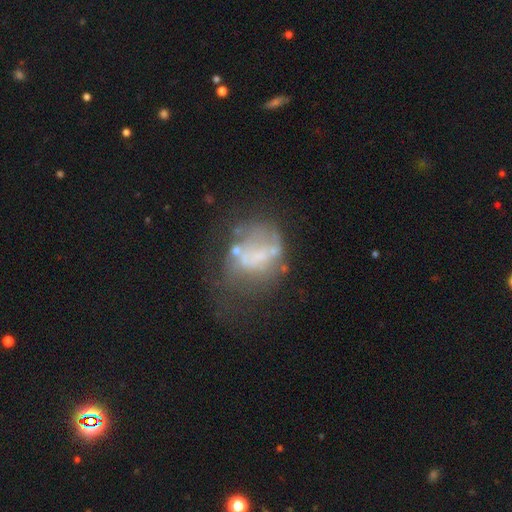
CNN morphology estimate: A featured or disk galaxy (56%) with no bar (78%), no spiral arms (87%) and no central bulge (63%).

Vote fractions:
- Smooth or featured? featured or disk: 56% / smooth: 30% / star or artifact: 15%
- Edge-on disk? no: 98% / yes: 2%
- Bar? no: 78% / weak: 15% / strong: 7%
- Spiral arms? no: 87% / yes: 13%
- Bulge size? none: 63% / small: 17% / moderate: 13% / large: 5% / dominant: 2%
- Merging? major disturbance: 35% / none: 30% / minor disturbance: 20% / merger: 15%